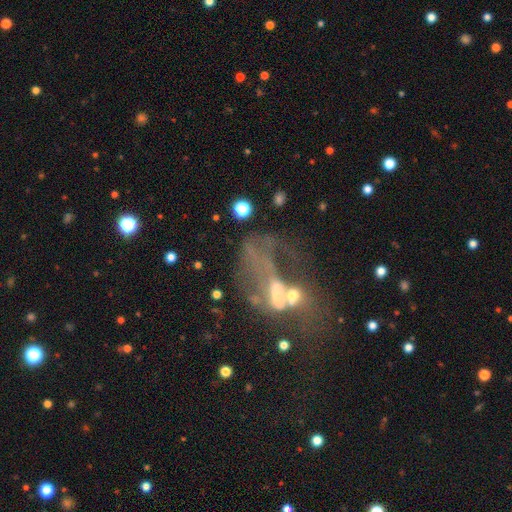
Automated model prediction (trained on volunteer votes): A featured or disk galaxy (55%) with no bar (68%), no spiral arms (77%) and a moderate central bulge (34%).

Vote fractions:
- Smooth or featured? featured or disk: 55% / smooth: 25% / star or artifact: 20%
- Edge-on disk? no: 93% / yes: 7%
- Bar? no: 68% / weak: 20% / strong: 12%
- Spiral arms? no: 77% / yes: 23%
- Bulge size? moderate: 34% / none: 28% / small: 27% / large: 8% / dominant: 3%
- Merging? merger: 44% / major disturbance: 37% / none: 12% / minor disturbance: 7%